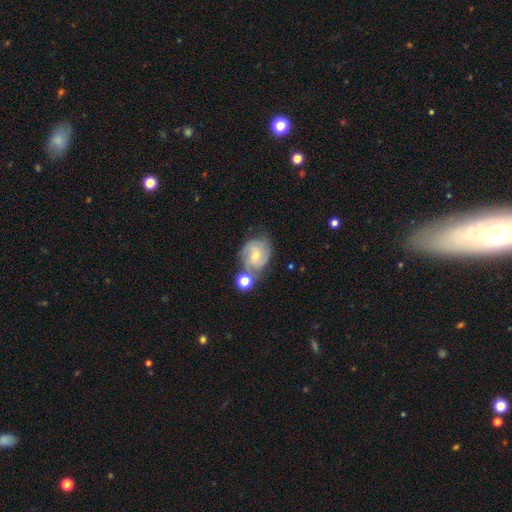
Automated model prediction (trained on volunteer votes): Smooth or featured? featured or disk (72%)
Edge-on disk? no (97%)
Bar? no (57%)
Spiral arms? yes (93%)
Spiral winding? tight (46%)
Spiral arm count? 2 (40%)
Bulge size? small (55%)
Merging? none (51%)